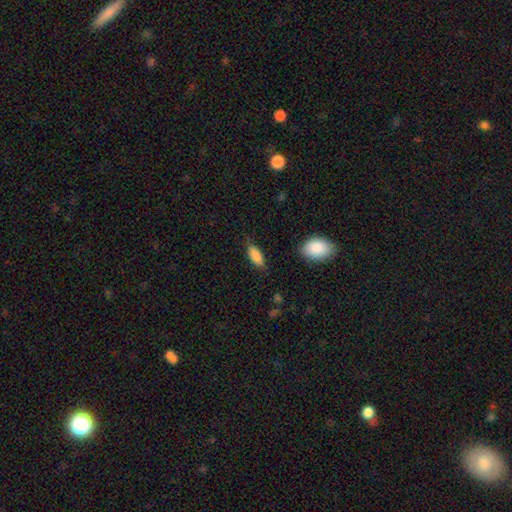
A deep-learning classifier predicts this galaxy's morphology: Smooth or featured?
  - smooth: 87% *
  - star or artifact: 7%
  - featured or disk: 6%
How rounded?
  - in between: 83% *
  - cigar-shaped: 15%
  - round: 2%
Merging?
  - none: 74% *
  - minor disturbance: 20%
  - major disturbance: 4%
  - merger: 2%